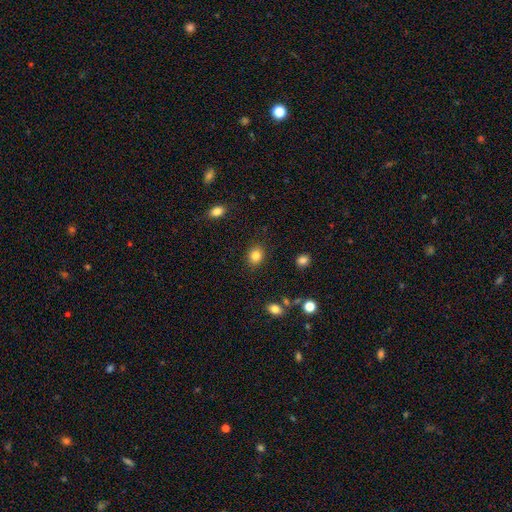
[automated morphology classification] smooth 84%, star or artifact 10%, featured or disk 6%. Down the decision tree: how rounded — round (61%); merging — none (88%).